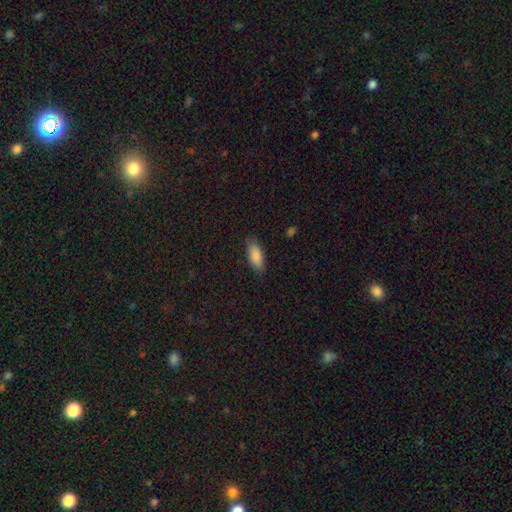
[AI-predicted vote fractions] Smooth or featured? smooth (87%)
How rounded? in between (81%)
Merging? none (84%)